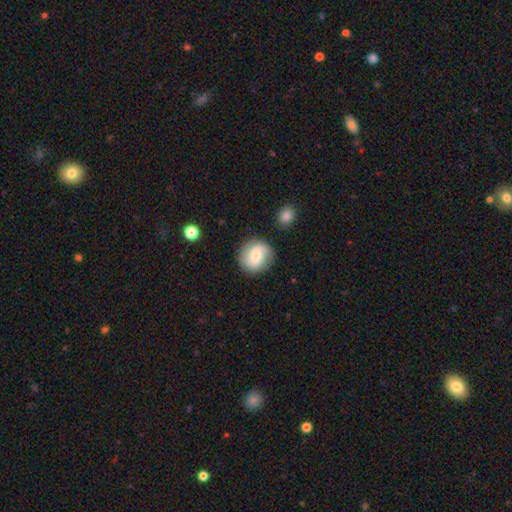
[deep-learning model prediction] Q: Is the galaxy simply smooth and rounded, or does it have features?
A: smooth — 56%.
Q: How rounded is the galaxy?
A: round — 83%.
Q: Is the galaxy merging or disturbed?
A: none — 81%.